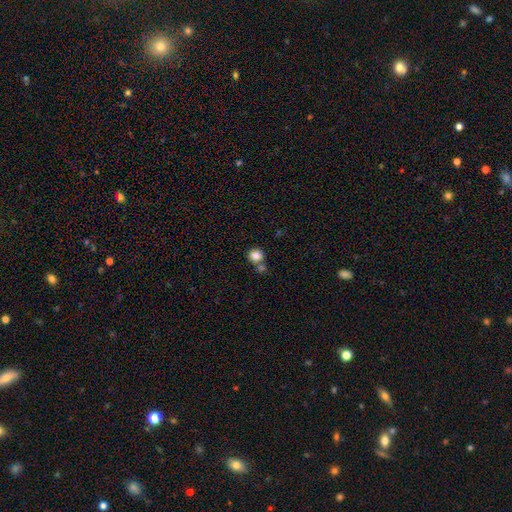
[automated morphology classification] This appears to be a smooth galaxy with no disk features (84%) that is round (84%). Merging: none (59%).